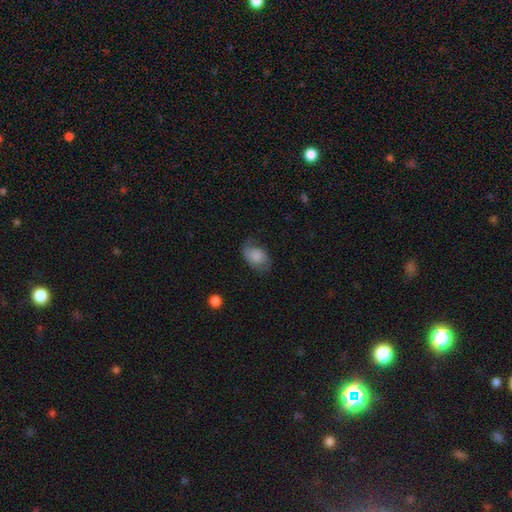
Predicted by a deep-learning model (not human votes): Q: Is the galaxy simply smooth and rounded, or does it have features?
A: smooth — 70%.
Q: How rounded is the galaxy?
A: in between — 82%.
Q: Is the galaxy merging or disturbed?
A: none — 60%.